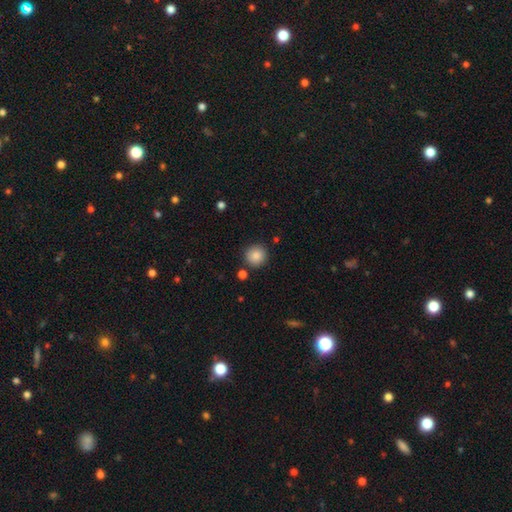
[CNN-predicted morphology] This appears to be a smooth galaxy with no disk features (87%) that is round (92%). Merging: none (87%).